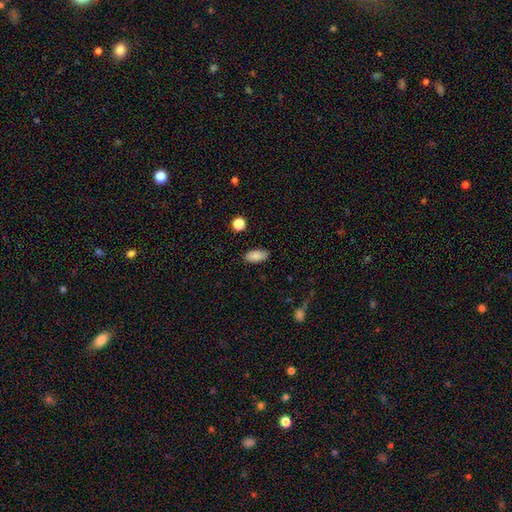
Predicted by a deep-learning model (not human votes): Q: Smooth or featured?
A: smooth (86%); runner-up: star or artifact (8%)
Q: How rounded?
A: in between (90%); runner-up: cigar-shaped (7%)
Q: Merging?
A: none (88%); runner-up: minor disturbance (9%)